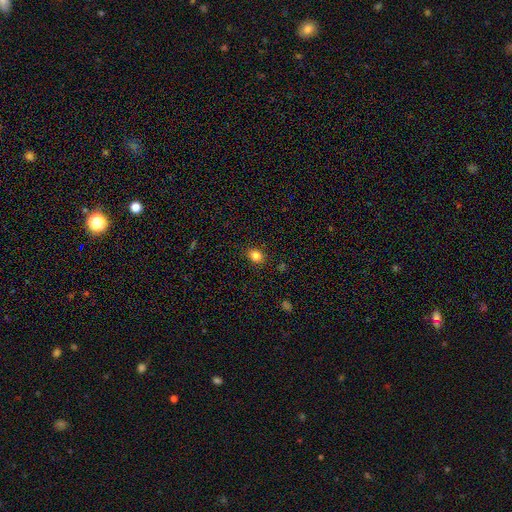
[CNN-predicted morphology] Q: Smooth or featured?
A: smooth (83%); runner-up: star or artifact (12%)
Q: How rounded?
A: round (53%); runner-up: in between (46%)
Q: Merging?
A: none (87%); runner-up: minor disturbance (9%)